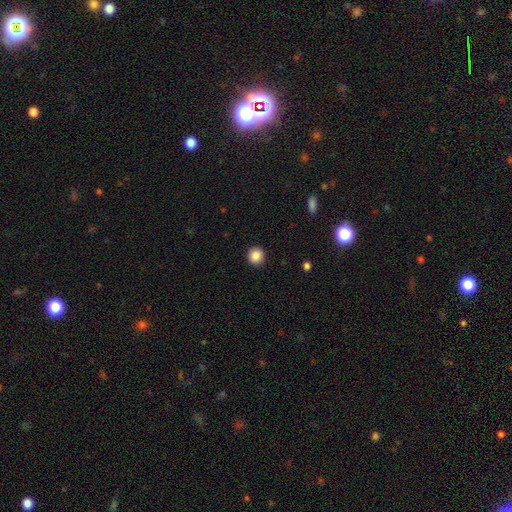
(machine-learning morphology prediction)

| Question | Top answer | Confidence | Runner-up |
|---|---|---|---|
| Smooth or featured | smooth | 87% | star or artifact (10%) |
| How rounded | round | 93% | in between (6%) |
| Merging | none | 92% | minor disturbance (5%) |